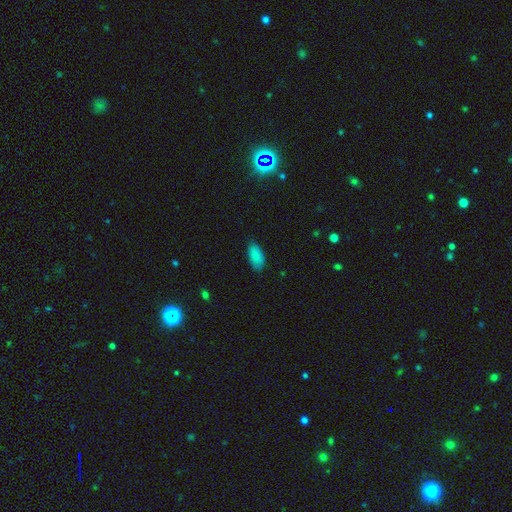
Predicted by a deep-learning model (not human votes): A smooth galaxy with no disk features (86%) that is in between round and cigar-shaped (91%).

Vote fractions:
- Smooth or featured? smooth: 86% / star or artifact: 8% / featured or disk: 6%
- How rounded? in between: 91% / cigar-shaped: 7% / round: 2%
- Merging? none: 78% / minor disturbance: 17% / major disturbance: 3% / merger: 1%